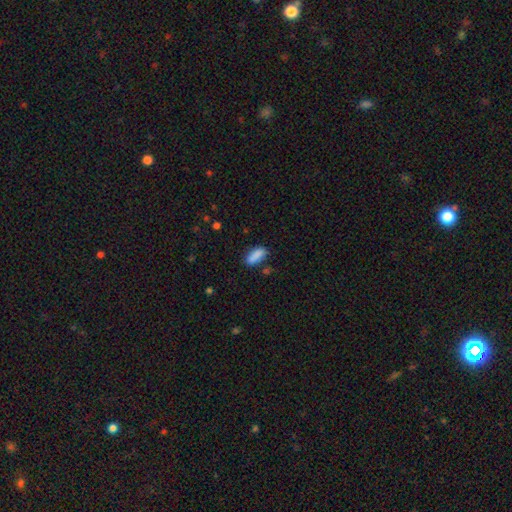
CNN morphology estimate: The model was most divided on "merging": none: 74%, minor disturbance: 17%, merger: 5%, major disturbance: 4%. More confident: smooth or featured — smooth (87%); how rounded — in between (80%).